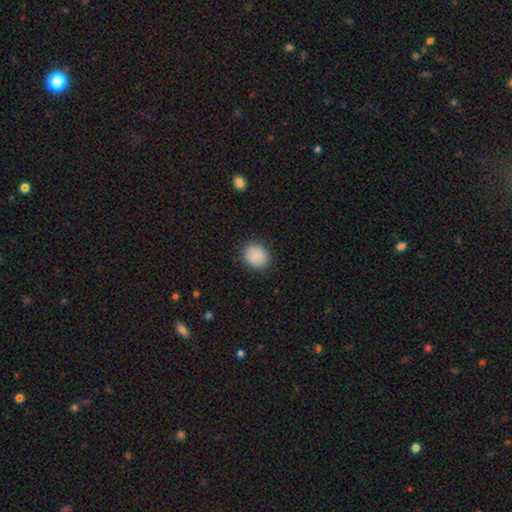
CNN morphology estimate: Smooth or featured? Predicted: smooth (p=0.88). How rounded? Predicted: round (p=0.64). Merging? Predicted: none (p=0.88).